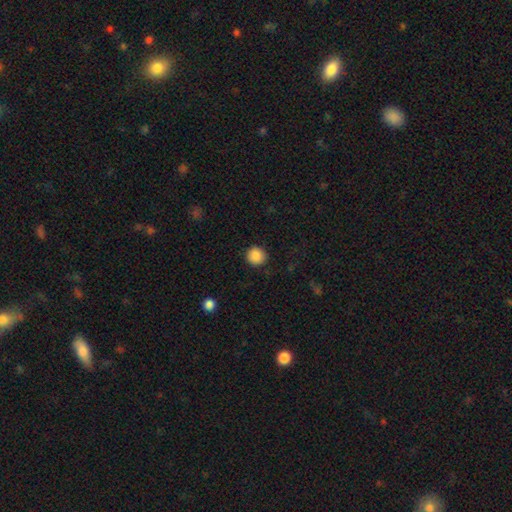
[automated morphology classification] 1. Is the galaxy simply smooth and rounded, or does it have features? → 88% smooth, 9% star or artifact, 3% featured or disk.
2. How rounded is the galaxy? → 92% round, 7% in between, 1% cigar-shaped.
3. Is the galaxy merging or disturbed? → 90% none, 7% minor disturbance, 2% major disturbance, 1% merger.